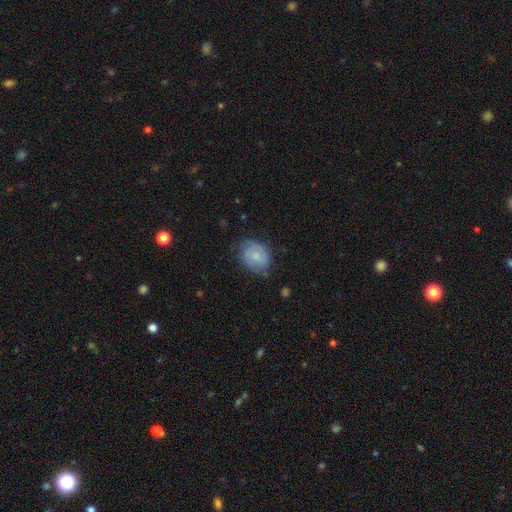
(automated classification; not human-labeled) smooth-or-featured: smooth: 63% | featured or disk: 29% | star or artifact: 8%
  how-rounded: in between: 53% | round: 46% | cigar-shaped: 1%
  merging: none: 65% | minor disturbance: 26% | major disturbance: 7% | merger: 2%